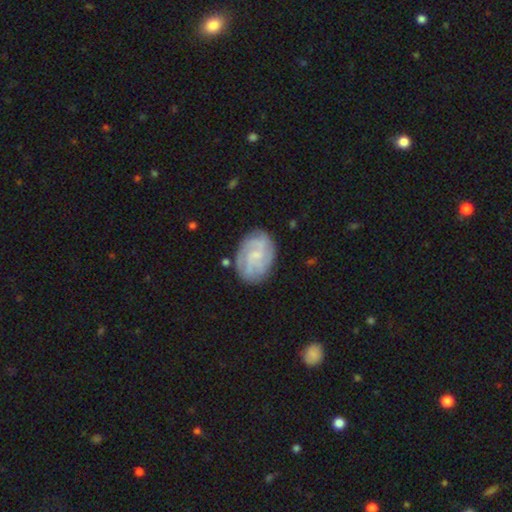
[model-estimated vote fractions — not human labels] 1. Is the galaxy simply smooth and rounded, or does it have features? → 73% featured or disk, 20% smooth, 7% star or artifact.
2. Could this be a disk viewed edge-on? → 98% no, 2% yes.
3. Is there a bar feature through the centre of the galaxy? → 56% no, 38% weak, 6% strong.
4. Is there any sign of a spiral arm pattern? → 93% yes, 7% no.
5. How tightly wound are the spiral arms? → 55% tight, 35% medium, 11% loose.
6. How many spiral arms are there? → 30% can't tell, 26% 3, 19% 4, 14% 2, 6% more than 4, 5% 1.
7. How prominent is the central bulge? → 62% small, 19% moderate, 16% none, 1% large, 1% dominant.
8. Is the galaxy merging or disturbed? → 77% none, 16% minor disturbance, 5% major disturbance, 2% merger.